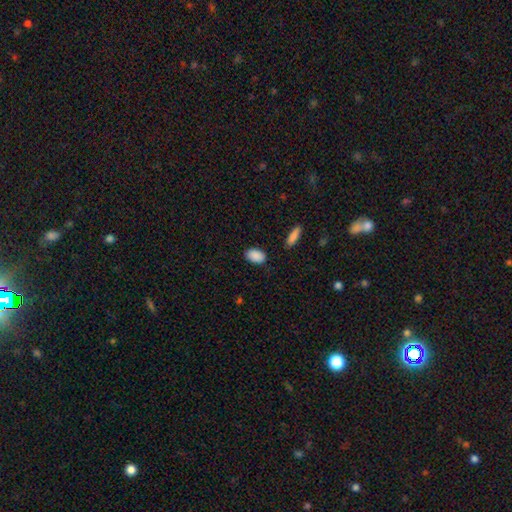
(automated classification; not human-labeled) Morphology: type=smooth (90%); roundness=in between (92%); merging=none (86%).